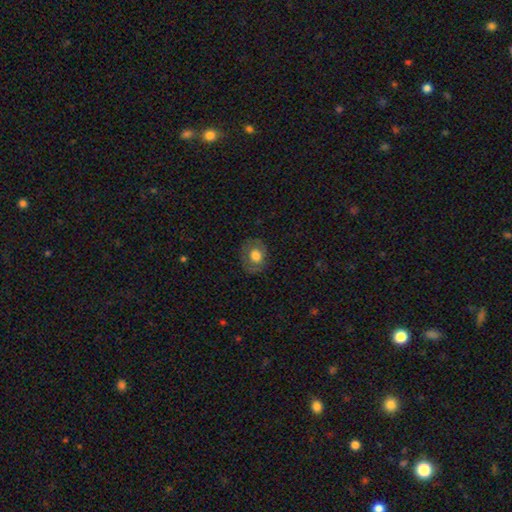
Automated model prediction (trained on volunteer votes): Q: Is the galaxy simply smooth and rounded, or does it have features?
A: smooth — 67%.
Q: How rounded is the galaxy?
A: round — 60%.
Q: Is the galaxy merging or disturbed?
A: none — 77%.